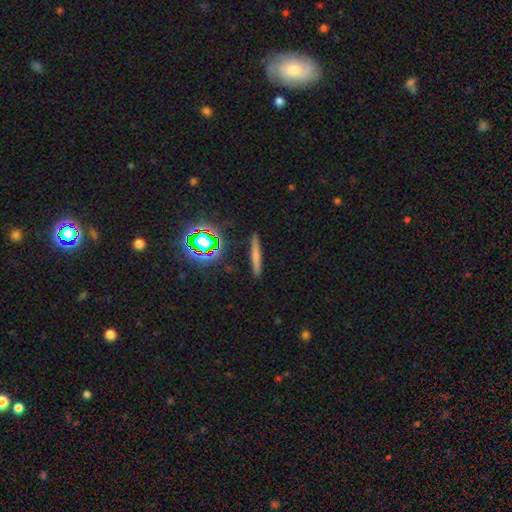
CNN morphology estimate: type=smooth (59%); roundness=cigar-shaped (91%); merging=none (88%).